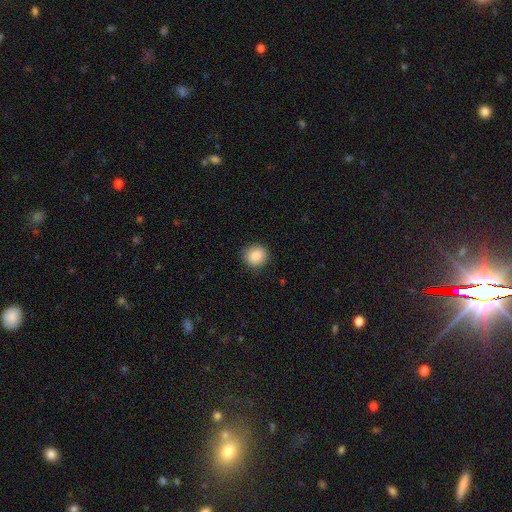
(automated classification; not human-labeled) Overall: smooth (87%). How rounded: round (85%). Merging: none (88%).